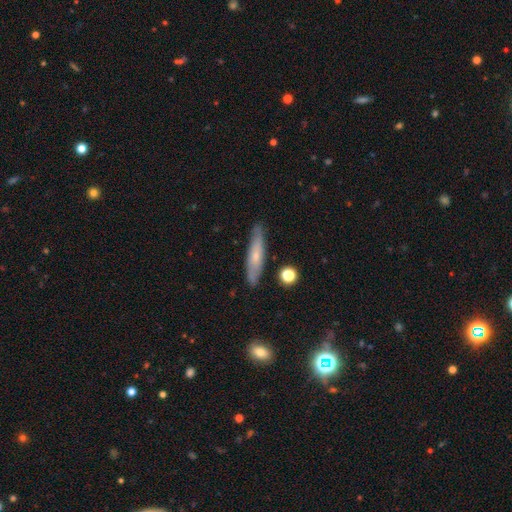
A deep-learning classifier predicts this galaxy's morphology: This appears to be a smooth galaxy with no disk features (53%) that is cigar-shaped (84%). Merging: none (84%).